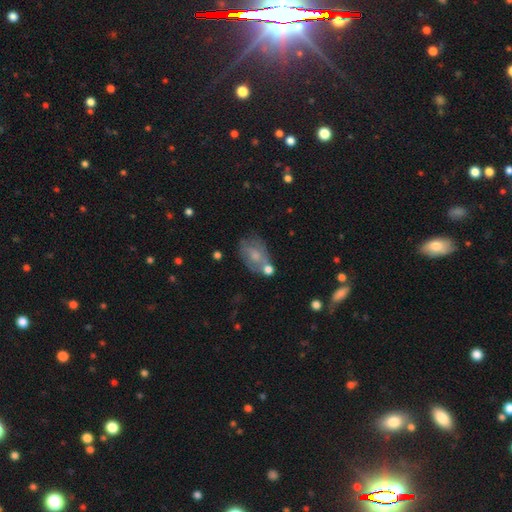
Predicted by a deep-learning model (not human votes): smooth-or-featured: smooth: 47% | featured or disk: 43% | star or artifact: 9%
  merging: none: 45% | minor disturbance: 25% | merger: 17% | major disturbance: 13%